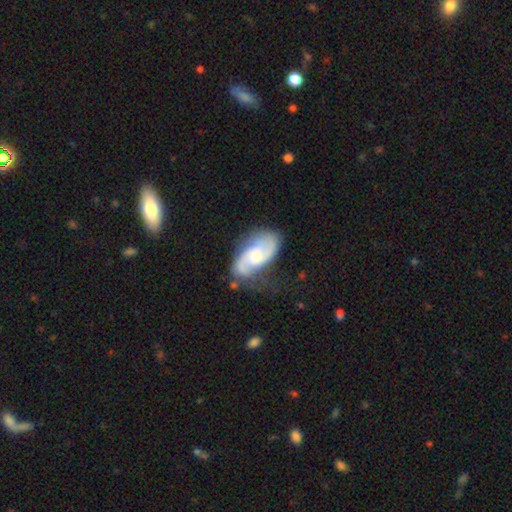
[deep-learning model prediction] The model was most divided on "bulge size": moderate: 46%, small: 41%, large: 6%, none: 6%, dominant: 1%. Remaining: edge-on disk — no (96%); spiral arms — yes (95%); spiral arm count — 2 (84%); smooth or featured — featured or disk (79%); merging — none (63%); bar — no (52%); spiral winding — medium (49%).